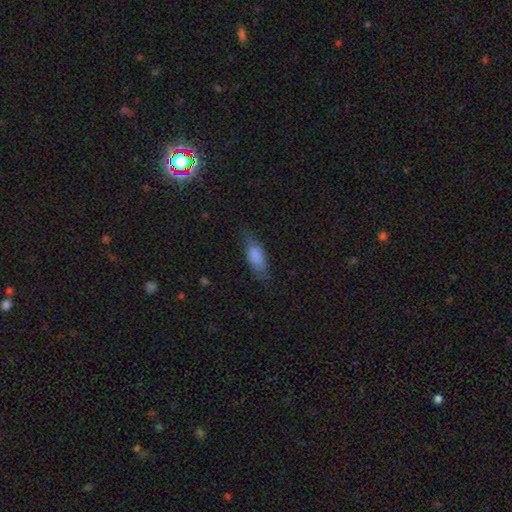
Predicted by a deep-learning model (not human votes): Morphology: type=smooth (79%); roundness=in between (74%); merging=none (63%).